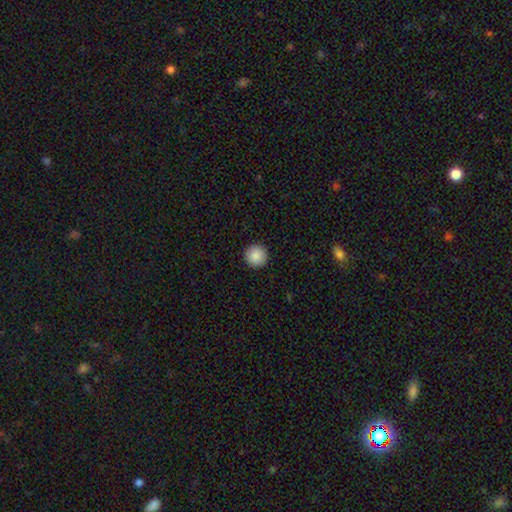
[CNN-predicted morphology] Smooth or featured?
  - smooth: 89% *
  - star or artifact: 8%
  - featured or disk: 3%
How rounded?
  - round: 96% *
  - in between: 3%
  - cigar-shaped: 1%
Merging?
  - none: 93% *
  - minor disturbance: 4%
  - major disturbance: 1%
  - merger: 1%